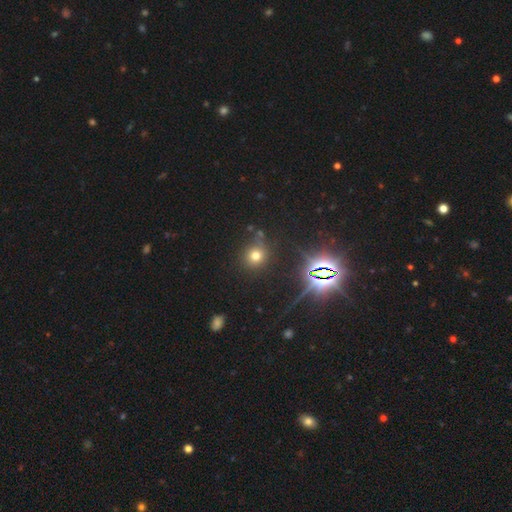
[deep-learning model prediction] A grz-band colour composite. It shows a smooth galaxy with no disk features (66%) that is round (87%). Merging: none (76%).